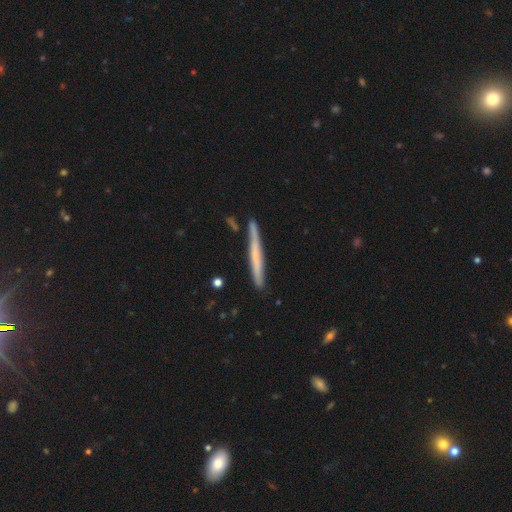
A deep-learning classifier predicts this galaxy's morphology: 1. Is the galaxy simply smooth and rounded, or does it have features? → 48% featured or disk, 47% smooth, 6% star or artifact.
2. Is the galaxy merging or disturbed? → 83% none, 11% minor disturbance, 4% merger, 2% major disturbance.